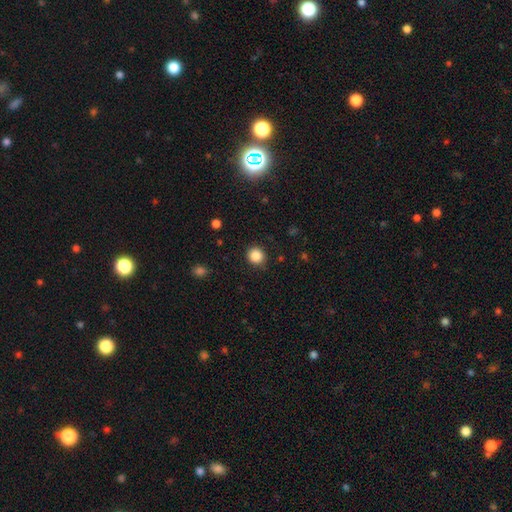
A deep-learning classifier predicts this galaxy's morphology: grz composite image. It shows a smooth galaxy with no disk features (86%) that is round (90%). Merging: none (89%).